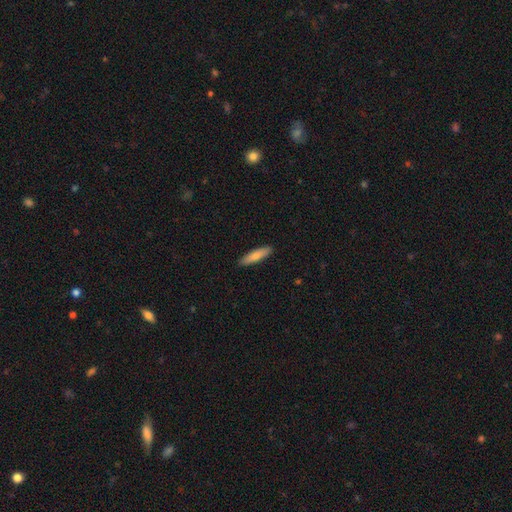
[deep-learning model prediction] A smooth galaxy with no disk features (78%) that is cigar-shaped (77%).

Vote fractions:
- Smooth or featured? smooth: 78% / featured or disk: 16% / star or artifact: 5%
- How rounded? cigar-shaped: 77% / in between: 22% / round: 2%
- Merging? none: 91% / minor disturbance: 7% / major disturbance: 1% / merger: 1%